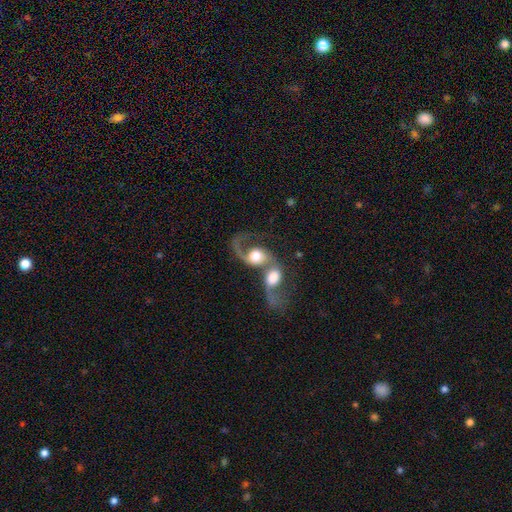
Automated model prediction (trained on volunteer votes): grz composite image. It shows a featured or disk galaxy (65%) with no bar (70%), 2 (52%) loose (72%) spiral arms (85%) and a large central bulge (46%). Merging: merger (82%).